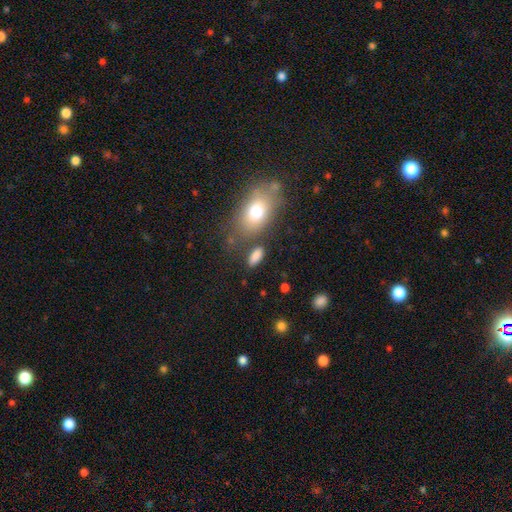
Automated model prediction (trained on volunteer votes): Overall: smooth (84%). How rounded: in between (80%). Merging: none (74%).